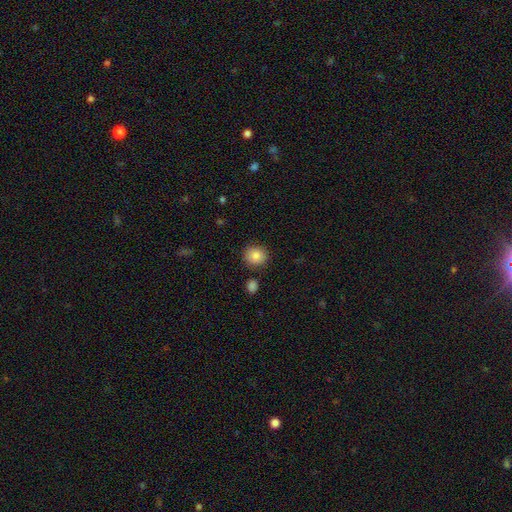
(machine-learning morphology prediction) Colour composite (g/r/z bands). It shows a smooth galaxy with no disk features (85%) that is round (85%). Merging: none (86%).